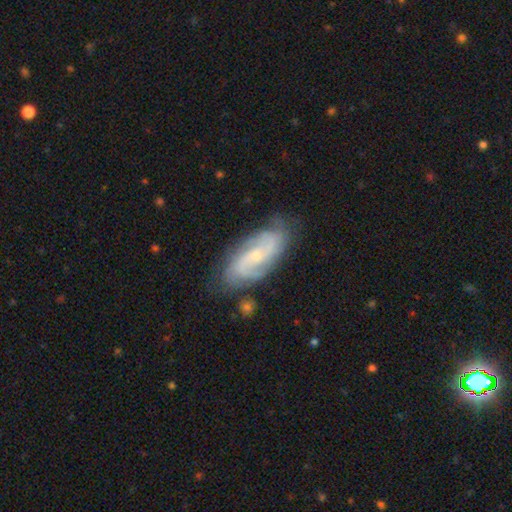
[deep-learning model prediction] smooth-or-featured: featured or disk: 81% | smooth: 13% | star or artifact: 6%
  disk-edge-on: no: 93% | yes: 7%
    bar: no: 50% | weak: 39% | strong: 11%
    has-spiral-arms: yes: 95% | no: 5%
      spiral-winding: medium: 45% | tight: 31% | loose: 23%
      spiral-arm-count: 2: 65% | can't tell: 14% | 3: 13% | 4: 3% | 1: 3% | more than 4: 2%
    bulge-size: small: 69% | moderate: 27% | none: 2% | large: 1% | dominant: 1%
  merging: none: 75% | minor disturbance: 17% | major disturbance: 5% | merger: 3%